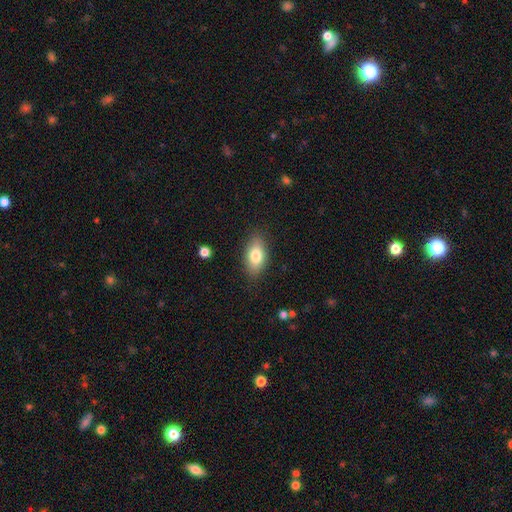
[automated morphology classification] A smooth galaxy with no disk features (79%) that is in between round and cigar-shaped (90%).

Vote fractions:
- Smooth or featured? smooth: 79% / featured or disk: 13% / star or artifact: 7%
- How rounded? in between: 90% / round: 6% / cigar-shaped: 4%
- Merging? none: 85% / minor disturbance: 11% / major disturbance: 3% / merger: 1%